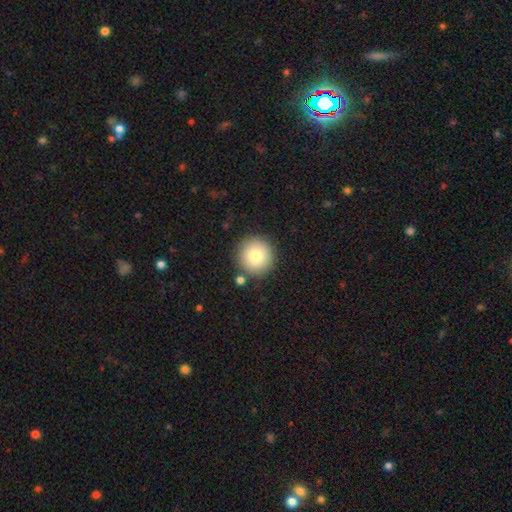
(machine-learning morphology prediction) smooth-or-featured: smooth: 81% | featured or disk: 10% | star or artifact: 9%
  how-rounded: round: 96% | in between: 4% | cigar-shaped: 1%
  merging: none: 86% | minor disturbance: 7% | merger: 4% | major disturbance: 2%